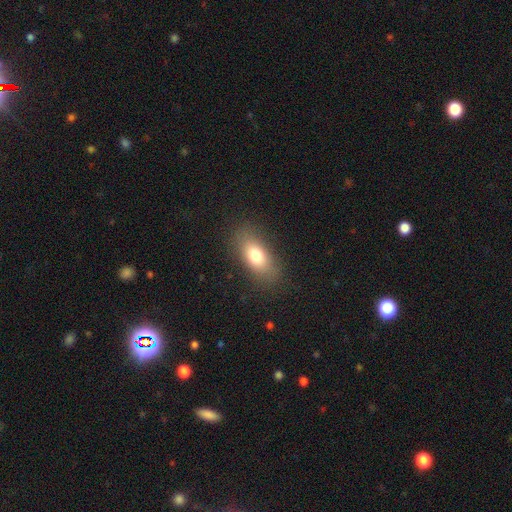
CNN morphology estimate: The model was most divided on "smooth or featured": smooth: 75%, featured or disk: 16%, star or artifact: 9%. More confident: how rounded — in between (84%); merging — none (83%).